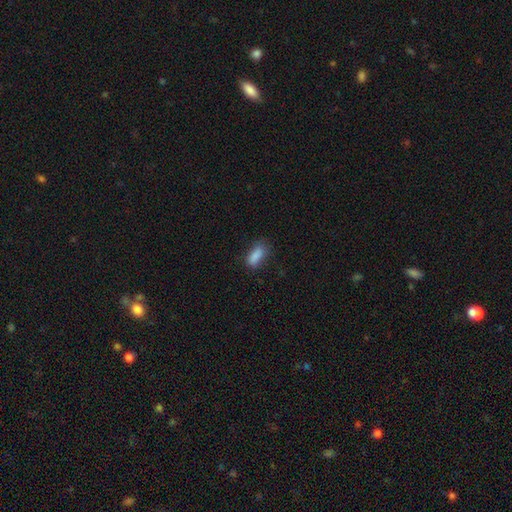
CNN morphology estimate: Smooth or featured?
  - smooth: 85% *
  - star or artifact: 9%
  - featured or disk: 6%
How rounded?
  - in between: 79% *
  - cigar-shaped: 18%
  - round: 3%
Merging?
  - none: 64% *
  - minor disturbance: 25%
  - major disturbance: 9%
  - merger: 2%